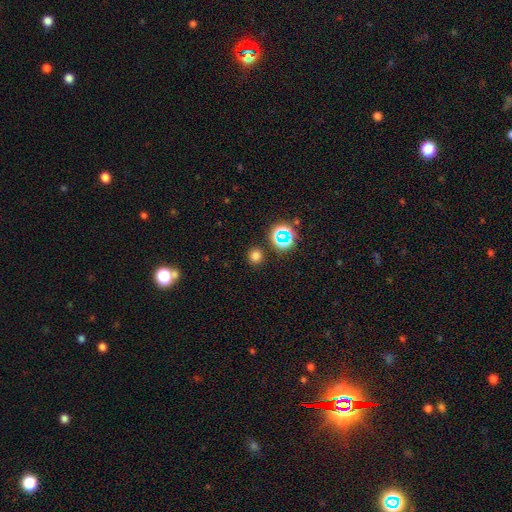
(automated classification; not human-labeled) Smooth or featured: smooth — 73% (star or artifact — 22%)
How rounded: round — 87% (in between — 12%)
Merging: none — 88% (minor disturbance — 7%)